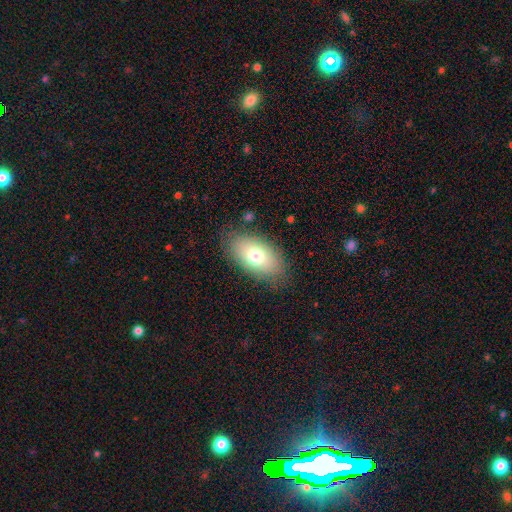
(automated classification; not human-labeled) Smooth or featured: smooth — 73% (featured or disk — 18%)
How rounded: in between — 92% (round — 6%)
Merging: none — 82% (minor disturbance — 12%)